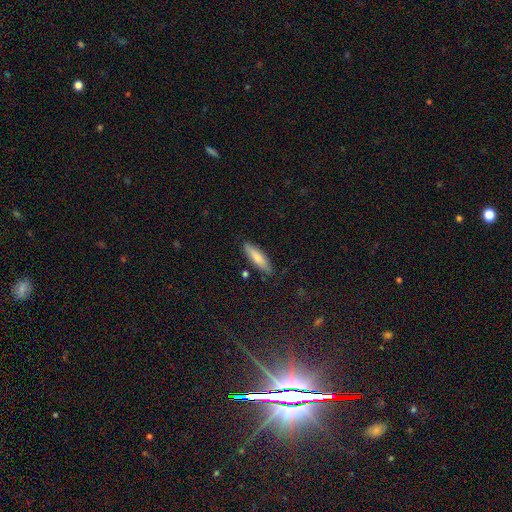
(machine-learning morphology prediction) Q: Smooth or featured?
A: smooth (77%); runner-up: featured or disk (17%)
Q: How rounded?
A: cigar-shaped (71%); runner-up: in between (27%)
Q: Merging?
A: none (86%); runner-up: minor disturbance (10%)